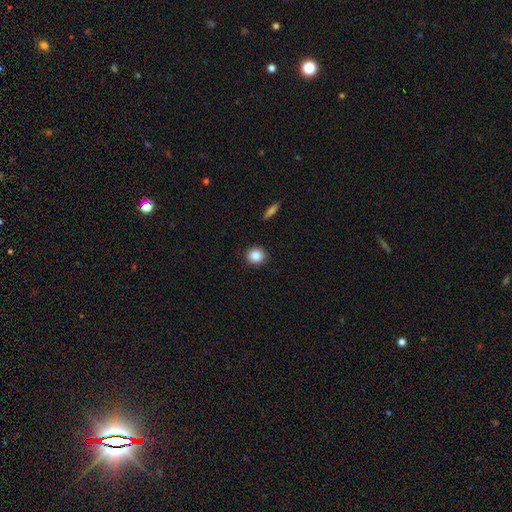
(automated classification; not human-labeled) This is clearly a smooth galaxy (86%). How rounded: clearly round (85%). Merging: clearly none (91%).